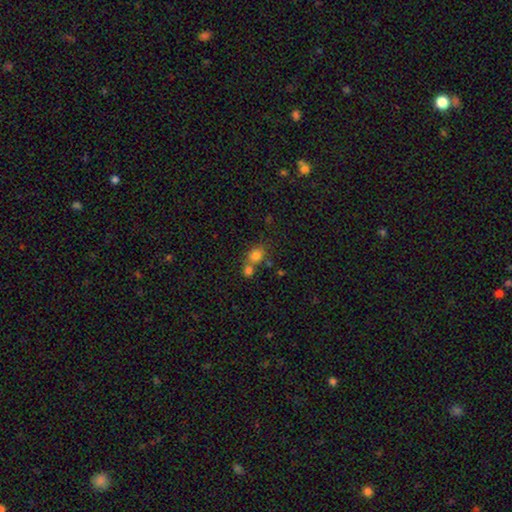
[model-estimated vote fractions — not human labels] The model was most divided on "merging": none: 47%, merger: 41%, minor disturbance: 8%, major disturbance: 4%. More confident: smooth or featured — smooth (79%); how rounded — round (71%).